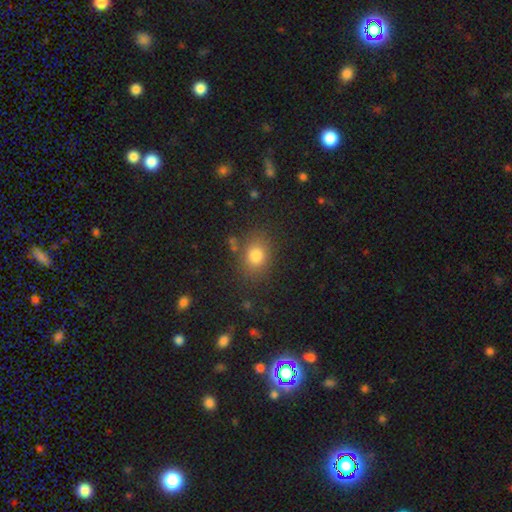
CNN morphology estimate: Smooth or featured: smooth — 80% (star or artifact — 12%)
How rounded: in between — 51% (round — 48%)
Merging: none — 80% (minor disturbance — 12%)